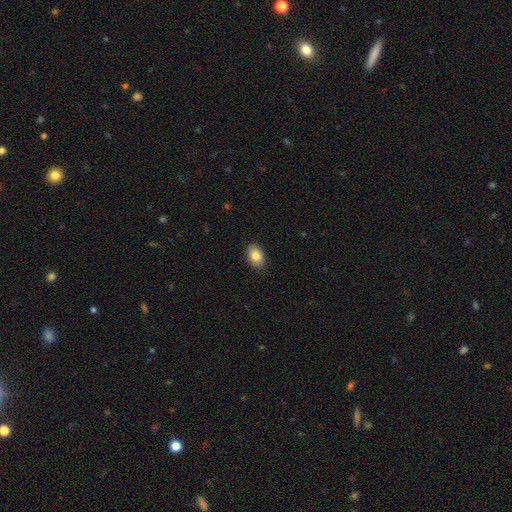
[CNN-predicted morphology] Smooth or featured: smooth — 85% (star or artifact — 8%)
How rounded: in between — 85% (round — 14%)
Merging: none — 89% (minor disturbance — 8%)